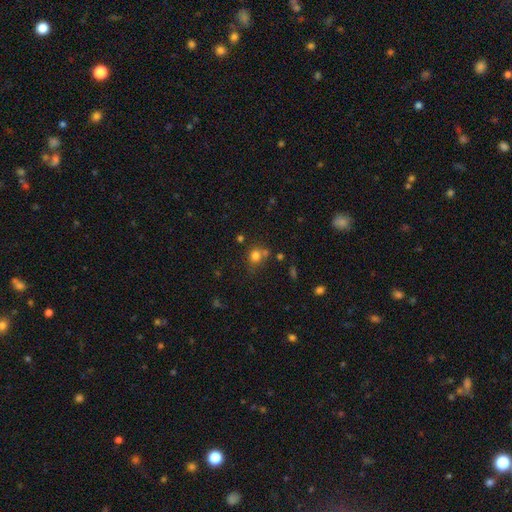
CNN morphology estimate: Smooth or featured: smooth — 76% (star or artifact — 15%)
How rounded: round — 79% (in between — 20%)
Merging: none — 56% (merger — 23%)